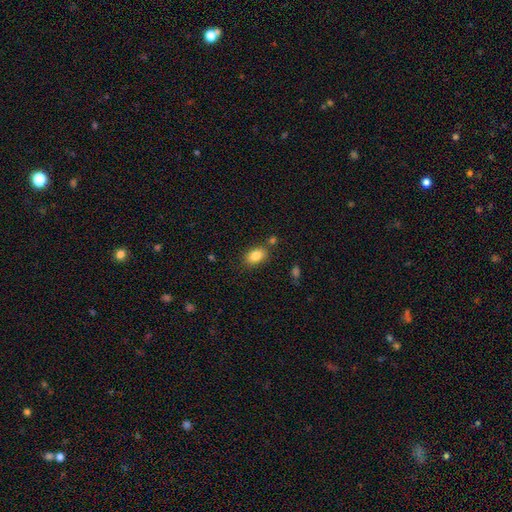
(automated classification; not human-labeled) A smooth galaxy with no disk features (84%) that is in between round and cigar-shaped (84%). Merging: none (77%).